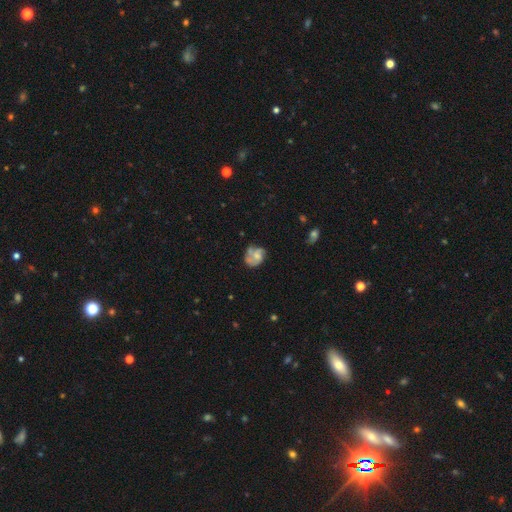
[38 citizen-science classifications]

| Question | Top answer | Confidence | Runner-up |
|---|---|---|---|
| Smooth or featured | smooth | 47% | featured or disk (39%) |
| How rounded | in between | 56% | round (44%) |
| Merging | none | 39% | merger (24%) |